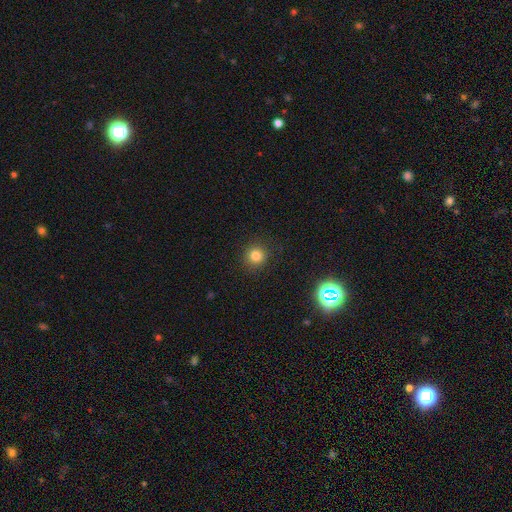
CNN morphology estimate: Smooth or featured?
  - smooth: 80% *
  - star or artifact: 15%
  - featured or disk: 5%
How rounded?
  - round: 92% *
  - in between: 7%
  - cigar-shaped: 1%
Merging?
  - none: 90% *
  - minor disturbance: 7%
  - major disturbance: 2%
  - merger: 1%